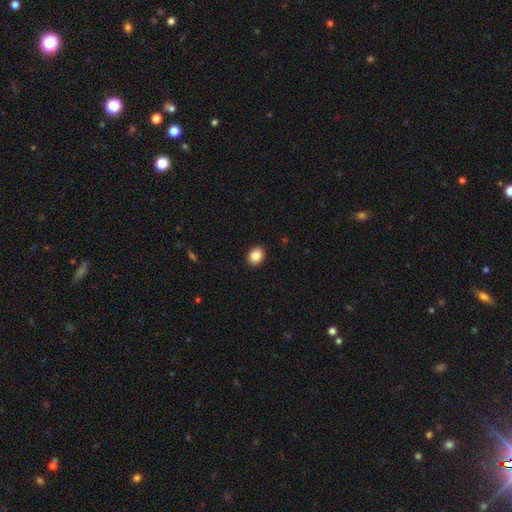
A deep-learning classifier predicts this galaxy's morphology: This appears to be a smooth galaxy with no disk features (86%) that is round (53%). Merging: none (92%).